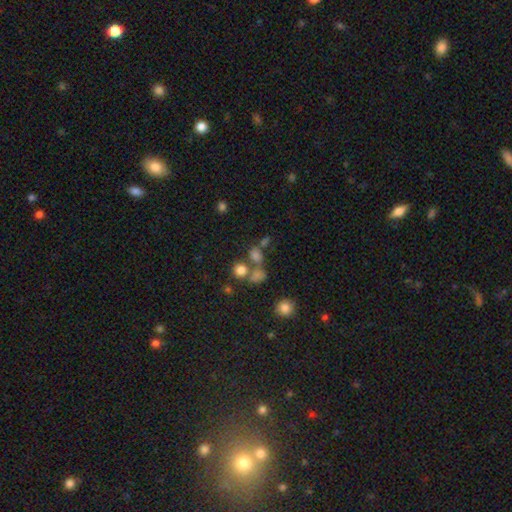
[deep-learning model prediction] This is likely a smooth galaxy (66%). How rounded: likely round (73%). Merging: possibly none (48%).